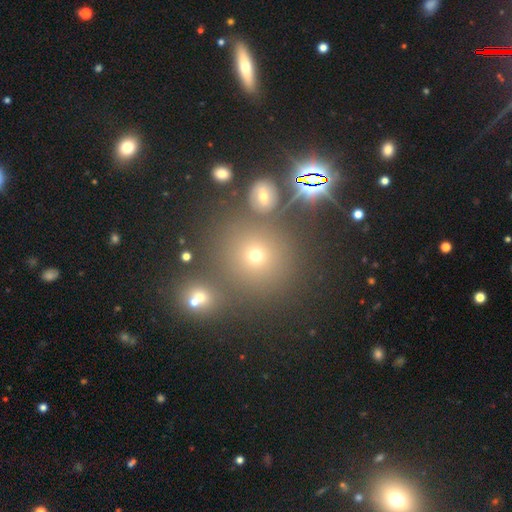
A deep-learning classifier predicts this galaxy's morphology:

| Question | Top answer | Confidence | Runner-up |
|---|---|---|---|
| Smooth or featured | smooth | 49% | star or artifact (41%) |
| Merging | none | 77% | merger (12%) |